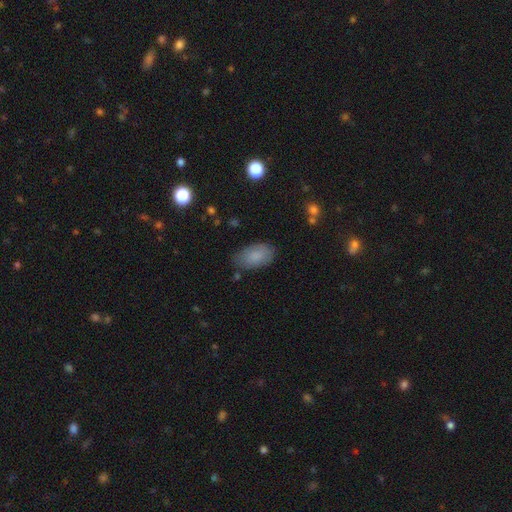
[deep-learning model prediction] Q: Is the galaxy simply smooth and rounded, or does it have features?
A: smooth — 84%.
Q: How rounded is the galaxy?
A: in between — 94%.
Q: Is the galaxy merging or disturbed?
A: none — 77%.